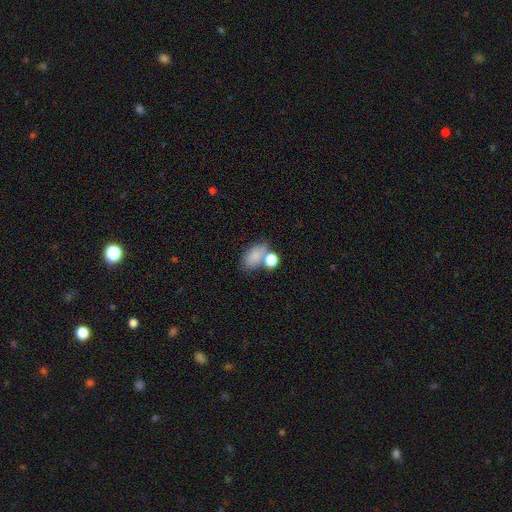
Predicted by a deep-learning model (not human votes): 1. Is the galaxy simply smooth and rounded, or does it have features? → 79% smooth, 11% star or artifact, 9% featured or disk.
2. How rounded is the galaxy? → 84% in between, 15% round, 2% cigar-shaped.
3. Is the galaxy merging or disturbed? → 45% none, 30% merger, 16% minor disturbance, 8% major disturbance.